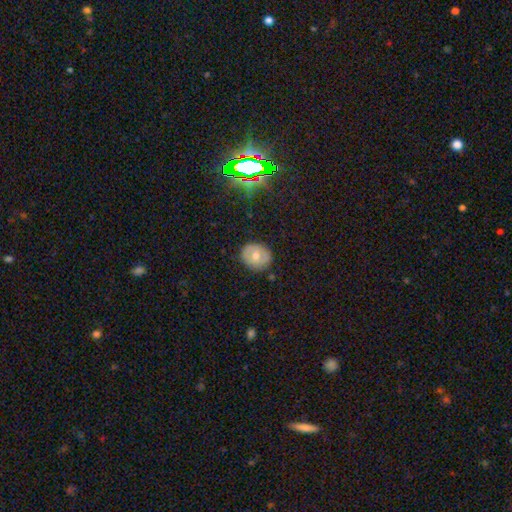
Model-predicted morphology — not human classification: A smooth galaxy with no disk features (59%) that is round (72%). Merging: none (85%).